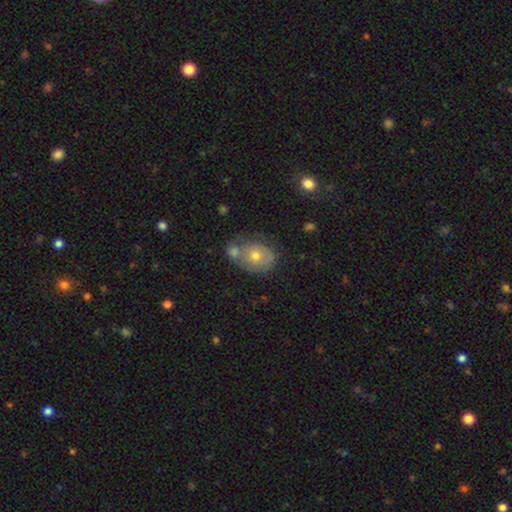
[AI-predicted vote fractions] smooth_or_featured: smooth (p=0.55) [alt: featured or disk p=0.36]
how_rounded: round (p=0.52) [alt: in between p=0.47]
merging: none (p=0.39) [alt: merger p=0.37]